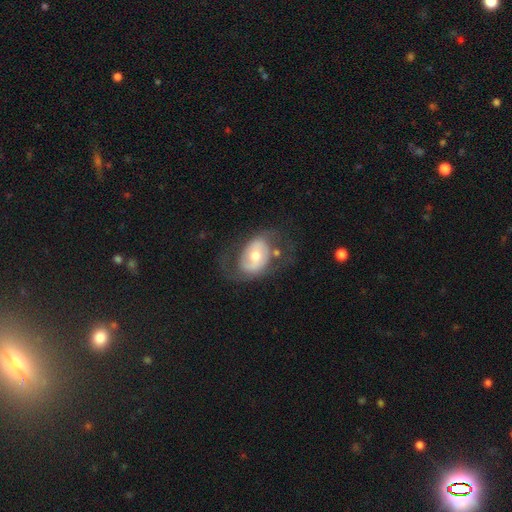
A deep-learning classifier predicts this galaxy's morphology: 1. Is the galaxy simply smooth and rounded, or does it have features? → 63% featured or disk, 31% smooth, 6% star or artifact.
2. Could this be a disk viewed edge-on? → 95% no, 5% yes.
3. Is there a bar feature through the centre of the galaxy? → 51% no, 35% weak, 14% strong.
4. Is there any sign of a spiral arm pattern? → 67% yes, 33% no.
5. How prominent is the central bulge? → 64% moderate, 25% small, 8% large, 1% none, 1% dominant.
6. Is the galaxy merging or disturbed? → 52% none, 23% major disturbance, 21% minor disturbance, 5% merger.